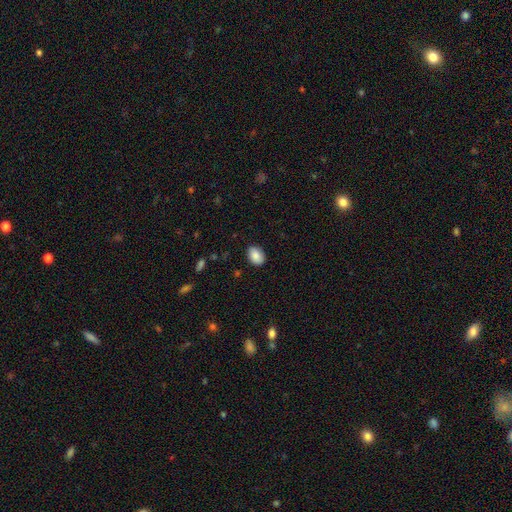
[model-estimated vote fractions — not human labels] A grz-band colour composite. It shows a smooth galaxy with no disk features (88%) that is in between round and cigar-shaped (81%). Merging: none (87%).